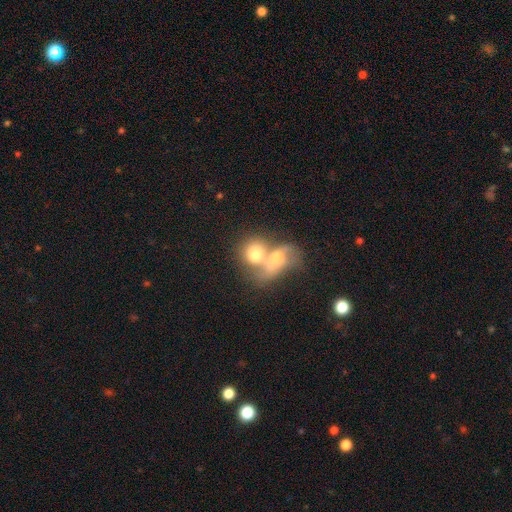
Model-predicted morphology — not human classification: smooth 66%, featured or disk 26%, star or artifact 9%. Down the decision tree: how rounded — in between (50%); merging — merger (74%).